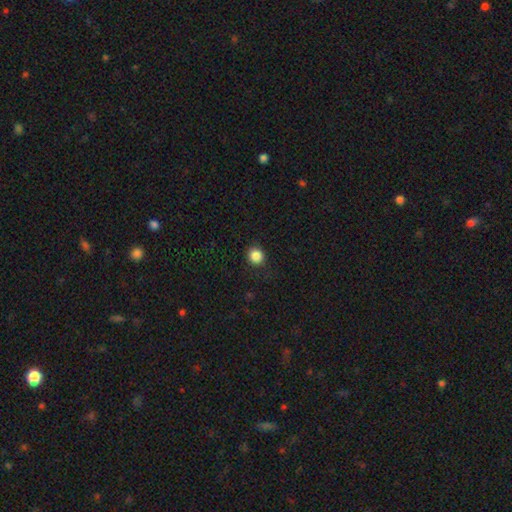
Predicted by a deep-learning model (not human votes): Q: Smooth or featured?
A: smooth (87%); runner-up: star or artifact (10%)
Q: How rounded?
A: round (92%); runner-up: in between (8%)
Q: Merging?
A: none (89%); runner-up: minor disturbance (7%)